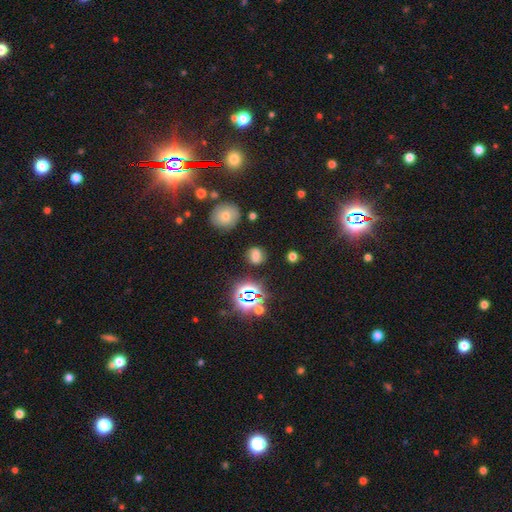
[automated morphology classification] smooth-or-featured: smooth: 56% | star or artifact: 28% | featured or disk: 16%
  how-rounded: round: 66% | in between: 32% | cigar-shaped: 2%
  merging: none: 79% | minor disturbance: 13% | major disturbance: 5% | merger: 3%